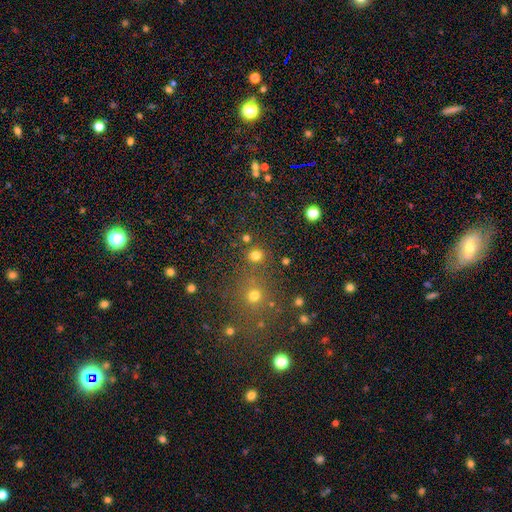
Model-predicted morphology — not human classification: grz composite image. It shows a smooth galaxy with no disk features (76%) that is round (92%). Merging: none (79%).